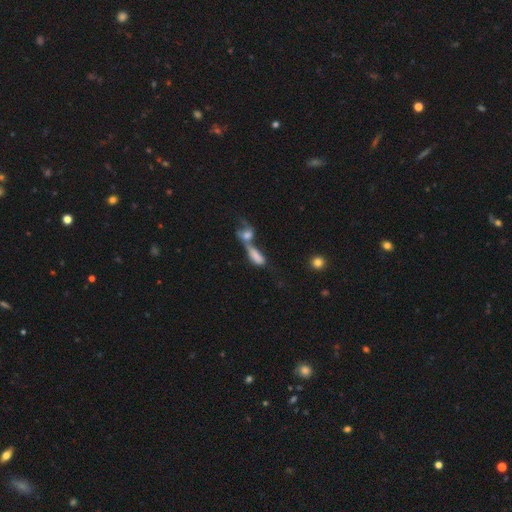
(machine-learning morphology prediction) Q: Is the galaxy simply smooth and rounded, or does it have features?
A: smooth — 68%.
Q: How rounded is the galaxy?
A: in between — 70%.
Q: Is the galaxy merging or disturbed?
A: merger — 69%.